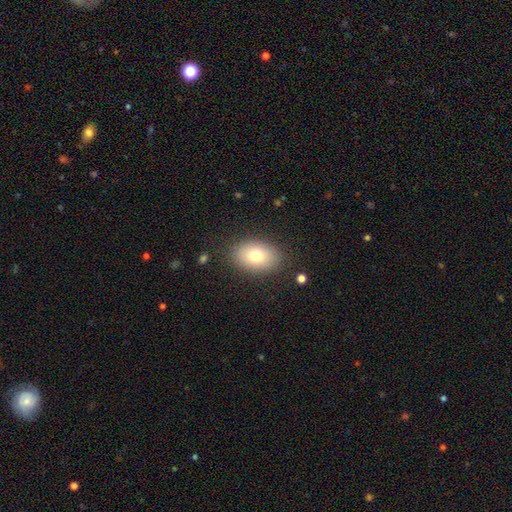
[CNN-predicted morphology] type=smooth (77%); roundness=in between (83%); merging=none (85%).